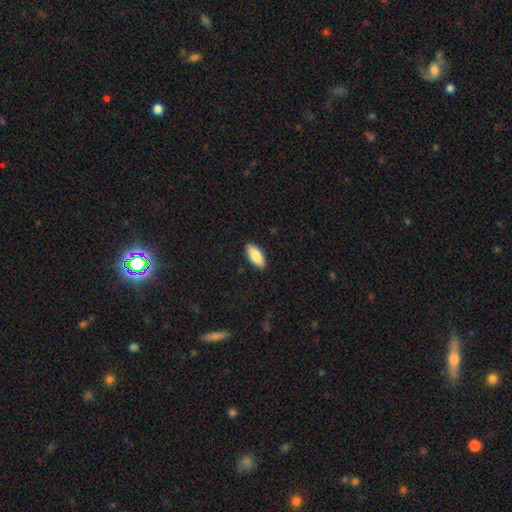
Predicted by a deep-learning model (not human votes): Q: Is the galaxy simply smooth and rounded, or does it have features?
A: smooth — 86%.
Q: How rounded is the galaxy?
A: in between — 87%.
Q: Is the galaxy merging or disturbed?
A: none — 89%.